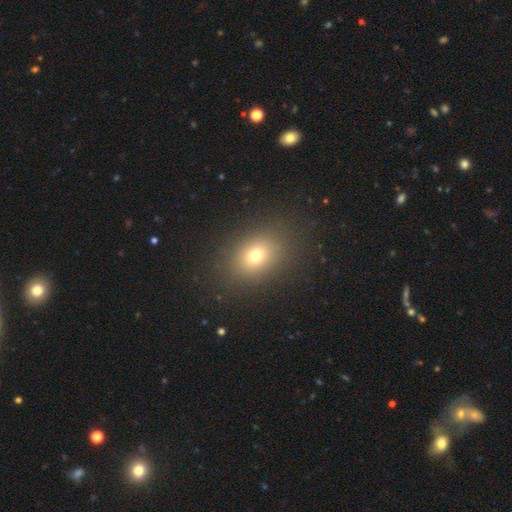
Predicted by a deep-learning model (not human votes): A smooth galaxy with no disk features (72%) that is in between round and cigar-shaped (65%). Merging: none (87%).